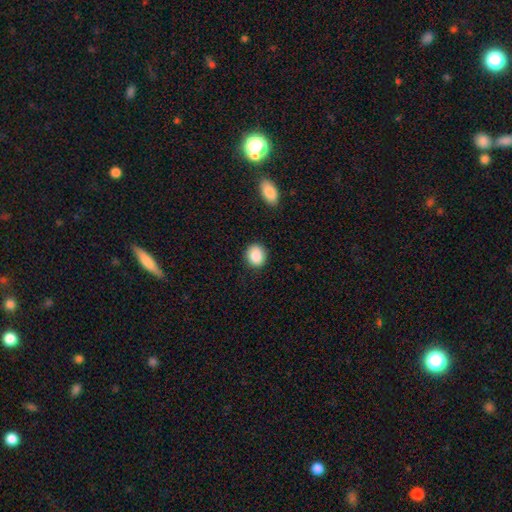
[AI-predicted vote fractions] A smooth galaxy with no disk features (89%) that is round (72%). Merging: none (87%).